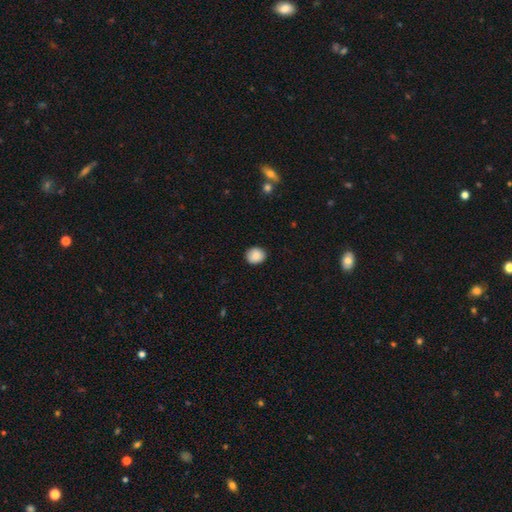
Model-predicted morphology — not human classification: Q: Smooth or featured?
A: smooth (87%); runner-up: star or artifact (8%)
Q: How rounded?
A: round (73%); runner-up: in between (26%)
Q: Merging?
A: none (87%); runner-up: minor disturbance (10%)